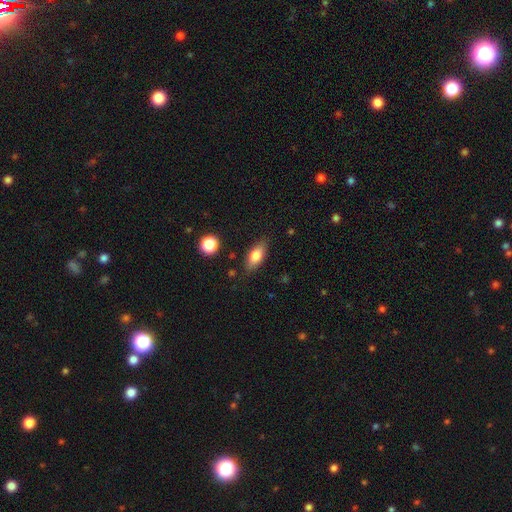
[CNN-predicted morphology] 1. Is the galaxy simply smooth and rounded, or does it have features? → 75% smooth, 17% featured or disk, 7% star or artifact.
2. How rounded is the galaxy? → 80% in between, 16% cigar-shaped, 4% round.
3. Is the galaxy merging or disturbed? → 82% none, 13% minor disturbance, 3% major disturbance, 2% merger.